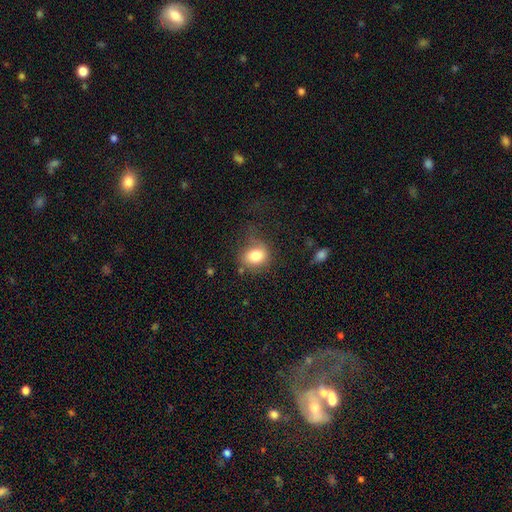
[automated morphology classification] This is likely a smooth galaxy (80%). How rounded: likely round (61%). Merging: possibly none (59%).